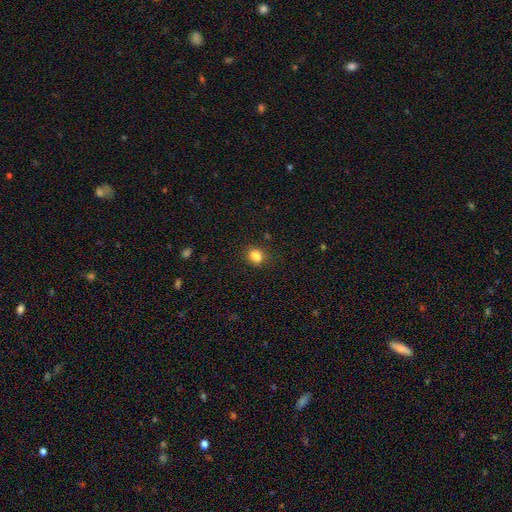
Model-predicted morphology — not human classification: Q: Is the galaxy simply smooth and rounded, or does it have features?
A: smooth — 81%.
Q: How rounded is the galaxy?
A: round — 55%.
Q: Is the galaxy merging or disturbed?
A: none — 66%.